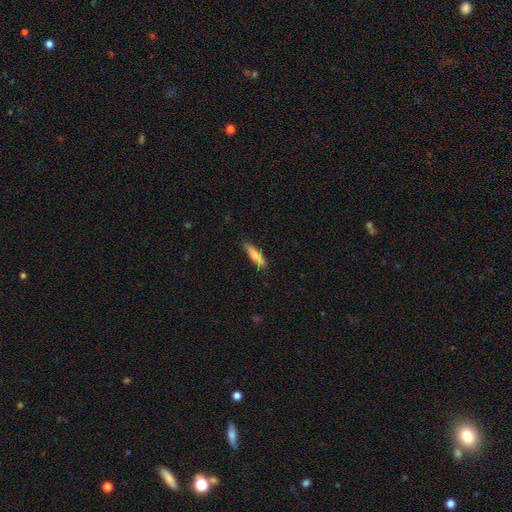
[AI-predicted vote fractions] Q: Smooth or featured?
A: smooth (72%); runner-up: featured or disk (22%)
Q: How rounded?
A: cigar-shaped (72%); runner-up: in between (26%)
Q: Merging?
A: none (81%); runner-up: minor disturbance (15%)